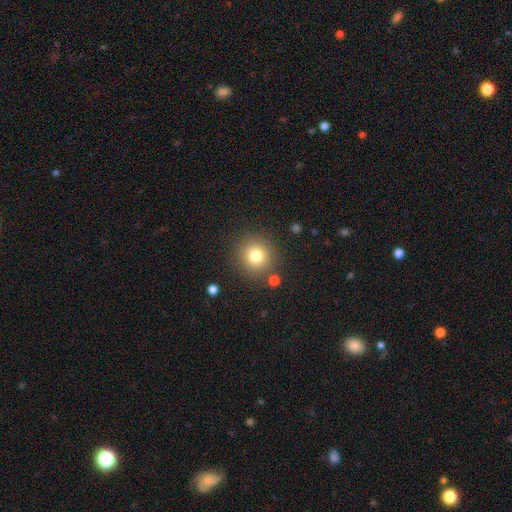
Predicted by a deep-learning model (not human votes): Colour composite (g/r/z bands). It shows a smooth galaxy with no disk features (78%) that is round (94%). Merging: none (87%).